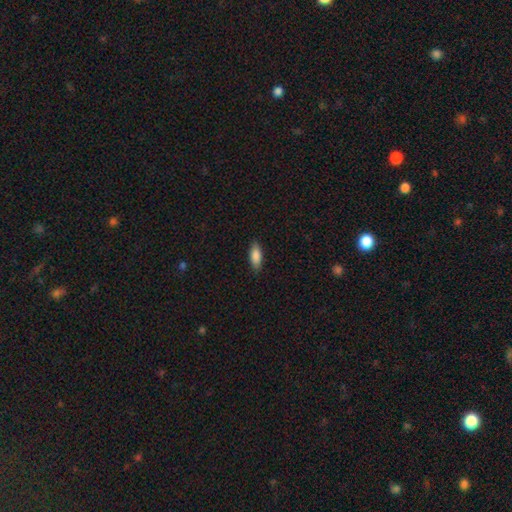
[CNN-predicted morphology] Smooth or featured? Predicted: smooth (p=0.87). How rounded? Predicted: in between (p=0.76). Merging? Predicted: none (p=0.87).